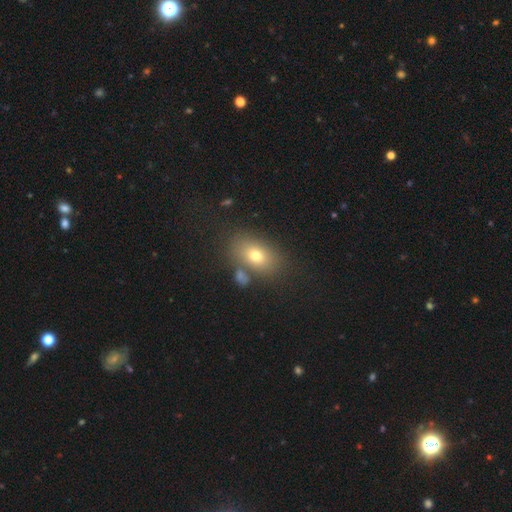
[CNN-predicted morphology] smooth-or-featured: smooth: 71% | featured or disk: 16% | star or artifact: 12%
  how-rounded: in between: 80% | round: 17% | cigar-shaped: 2%
  merging: none: 70% | merger: 13% | minor disturbance: 12% | major disturbance: 5%